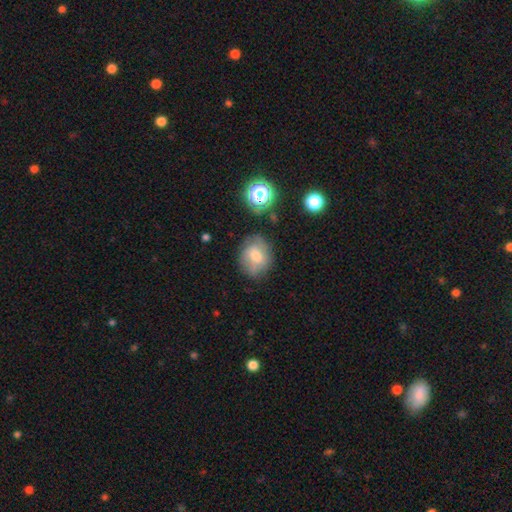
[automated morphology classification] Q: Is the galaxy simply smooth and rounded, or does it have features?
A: smooth — 60%.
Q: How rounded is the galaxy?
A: round — 60%.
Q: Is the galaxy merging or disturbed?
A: none — 65%.